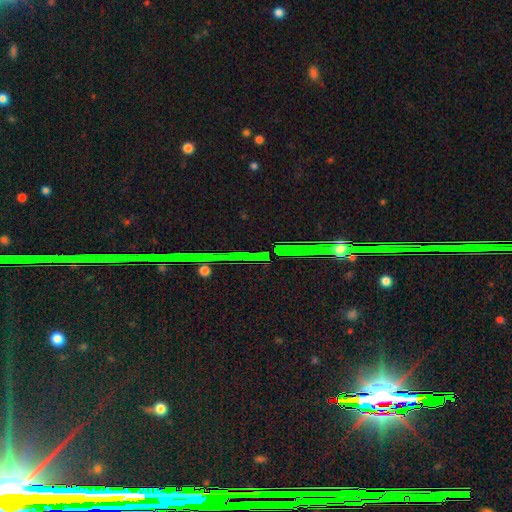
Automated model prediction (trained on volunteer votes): Q: Smooth or featured?
A: star or artifact (85%); runner-up: featured or disk (8%)